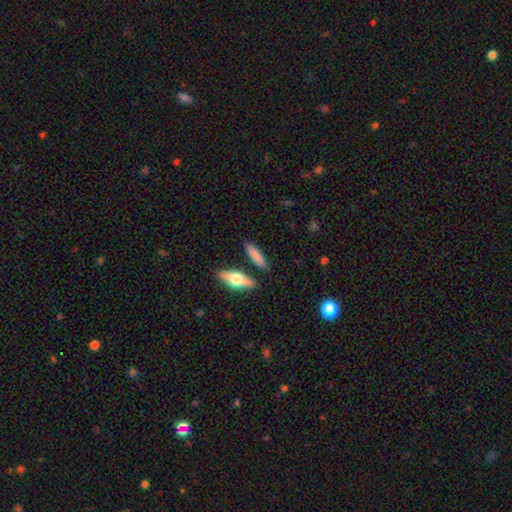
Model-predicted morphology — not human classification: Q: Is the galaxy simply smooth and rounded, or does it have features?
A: smooth — 75%.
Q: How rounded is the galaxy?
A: cigar-shaped — 57%.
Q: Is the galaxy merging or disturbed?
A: none — 79%.